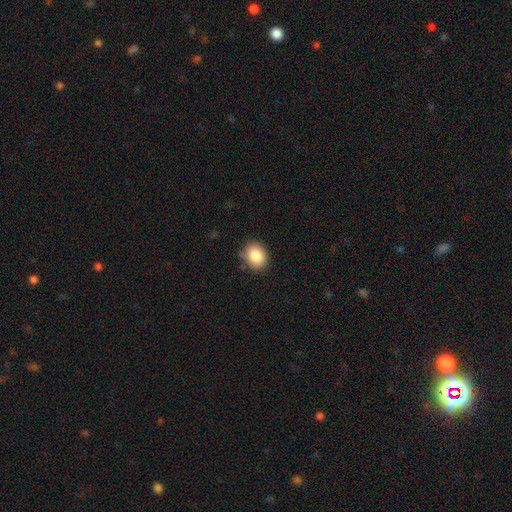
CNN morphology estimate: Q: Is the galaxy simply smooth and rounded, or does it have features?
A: smooth — 85%.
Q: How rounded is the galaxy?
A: in between — 50%.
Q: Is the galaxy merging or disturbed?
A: none — 81%.